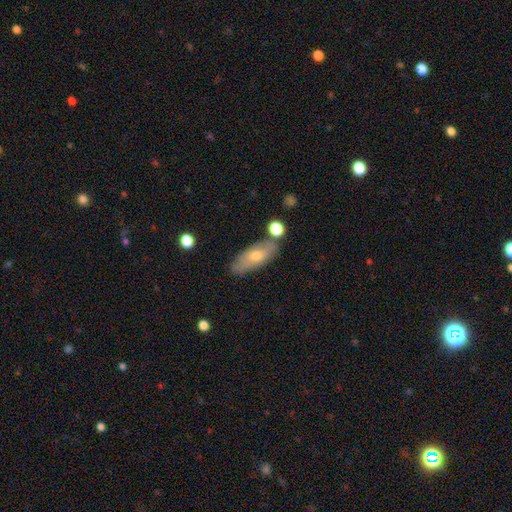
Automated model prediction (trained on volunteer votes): This appears to be a smooth galaxy with no disk features (61%) that is in between round and cigar-shaped (70%). Merging: none (75%).